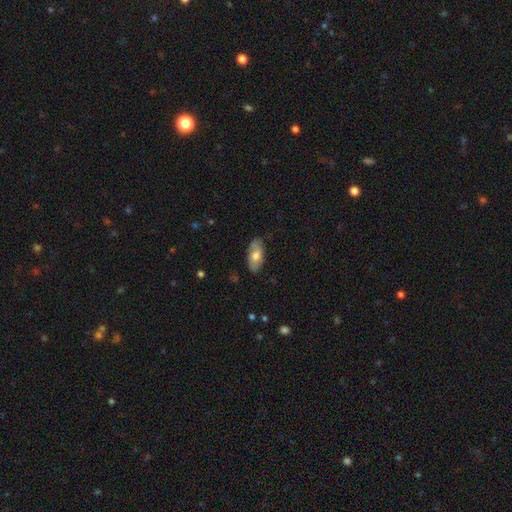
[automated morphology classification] smooth 65%, featured or disk 29%, star or artifact 6%. Down the decision tree: how rounded — in between (91%); merging — none (80%).